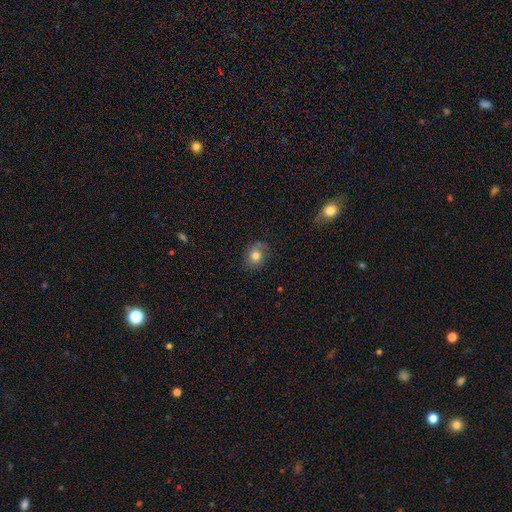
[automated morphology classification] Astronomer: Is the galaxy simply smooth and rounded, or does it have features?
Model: smooth — 76%.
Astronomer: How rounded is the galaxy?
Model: round — 70%.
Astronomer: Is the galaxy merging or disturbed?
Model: none — 75%.